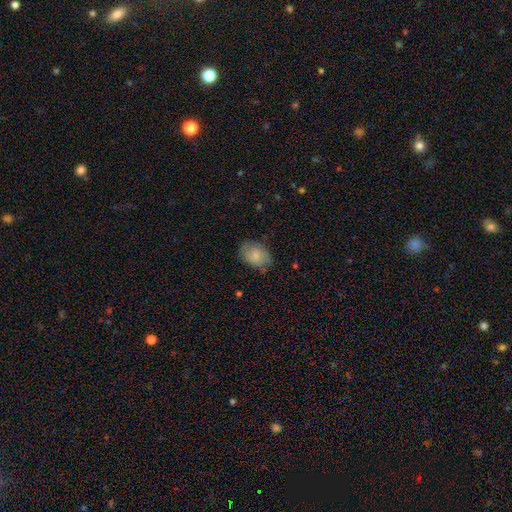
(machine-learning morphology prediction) This appears to be a smooth galaxy with no disk features (74%) that is in between round and cigar-shaped (73%). Merging: none (71%).